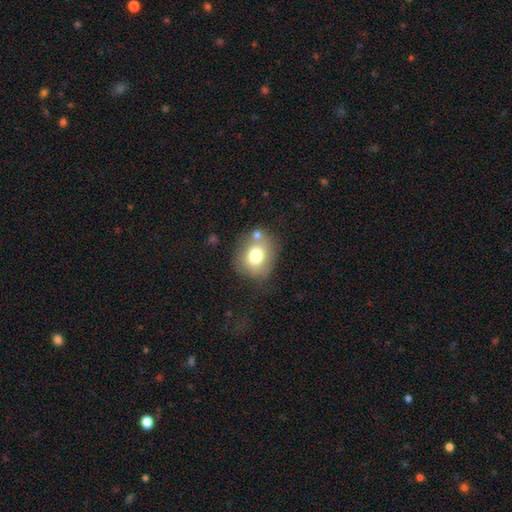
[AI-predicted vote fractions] smooth_or_featured: smooth (p=0.74) [alt: featured or disk p=0.16]
how_rounded: round (p=0.70) [alt: in between p=0.29]
merging: none (p=0.61) [alt: minor disturbance p=0.18]